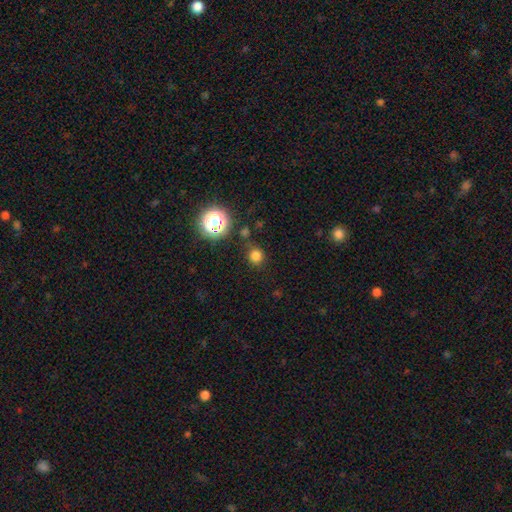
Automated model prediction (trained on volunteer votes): smooth-or-featured: smooth: 76% | star or artifact: 20% | featured or disk: 5%
  how-rounded: round: 91% | in between: 8% | cigar-shaped: 1%
  merging: none: 81% | minor disturbance: 10% | merger: 5% | major disturbance: 4%